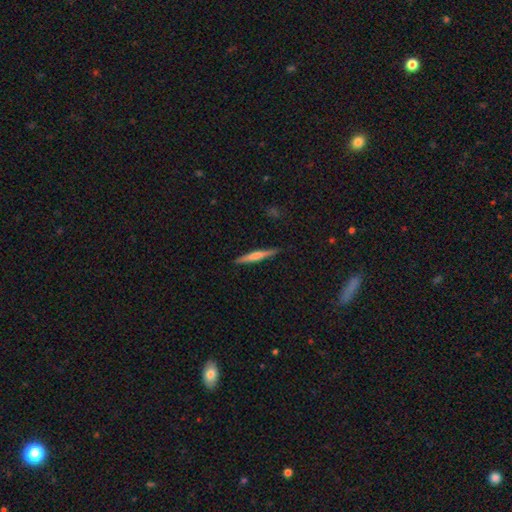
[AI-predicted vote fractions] This appears to be a featured or disk galaxy (47%, tied with smooth). Merging: none (89%).